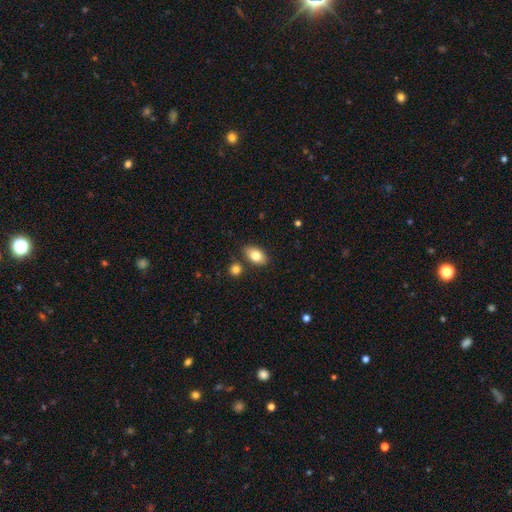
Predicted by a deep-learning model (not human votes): Q: Smooth or featured?
A: smooth (81%); runner-up: featured or disk (12%)
Q: How rounded?
A: in between (90%); runner-up: round (8%)
Q: Merging?
A: none (79%); runner-up: minor disturbance (11%)